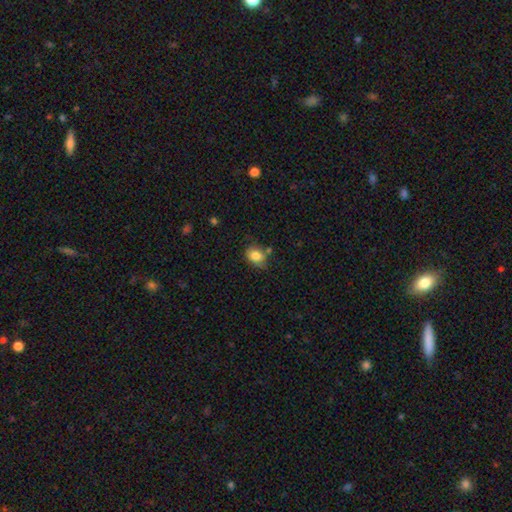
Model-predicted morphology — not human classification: Smooth or featured? Predicted: smooth (p=0.81). How rounded? Predicted: in between (p=0.55). Merging? Predicted: none (p=0.59).